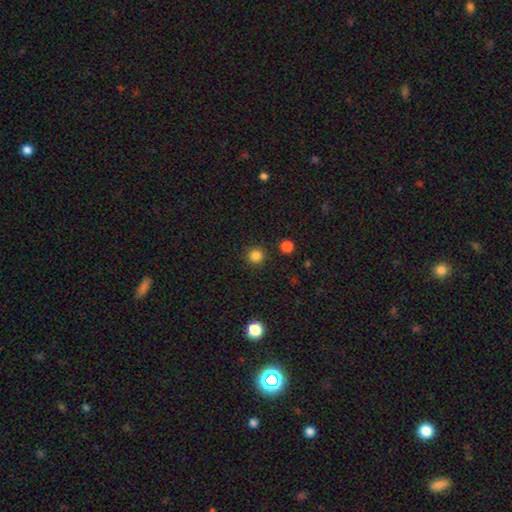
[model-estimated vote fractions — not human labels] Smooth or featured?
  - smooth: 84% *
  - star or artifact: 13%
  - featured or disk: 3%
How rounded?
  - round: 95% *
  - in between: 4%
  - cigar-shaped: 1%
Merging?
  - none: 91% *
  - minor disturbance: 5%
  - major disturbance: 2%
  - merger: 2%